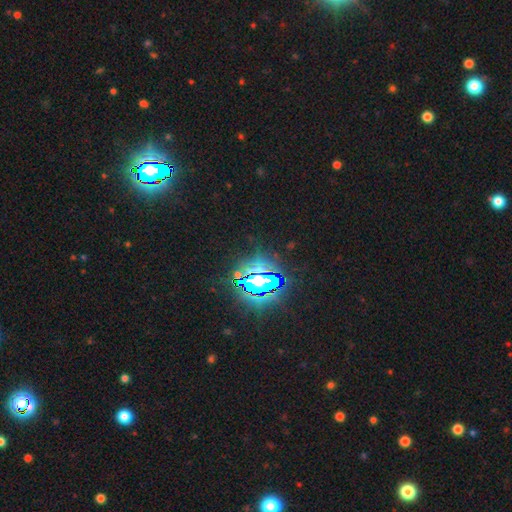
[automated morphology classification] smooth_or_featured: star or artifact (p=0.84) [alt: smooth p=0.09]